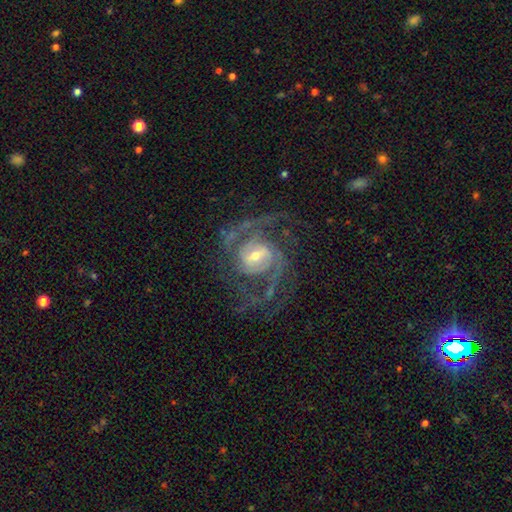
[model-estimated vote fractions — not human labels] Smooth or featured: featured or disk — 92% (star or artifact — 5%)
Edge-on disk: no — 98% (yes — 2%)
Bar: weak — 51% (strong — 25%)
Spiral arms: yes — 98% (no — 2%)
Spiral winding: medium — 52% (tight — 34%)
Spiral arm count: 2 — 52% (3 — 21%)
Bulge size: small — 49% (moderate — 44%)
Merging: none — 69% (major disturbance — 16%)